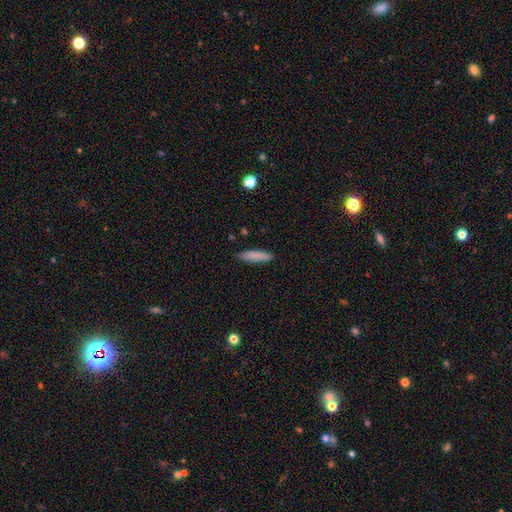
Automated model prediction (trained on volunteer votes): A smooth galaxy with no disk features (84%) that is cigar-shaped (75%).

Vote fractions:
- Smooth or featured? smooth: 84% / featured or disk: 9% / star or artifact: 7%
- How rounded? cigar-shaped: 75% / in between: 23% / round: 2%
- Merging? none: 82% / minor disturbance: 14% / major disturbance: 2% / merger: 1%